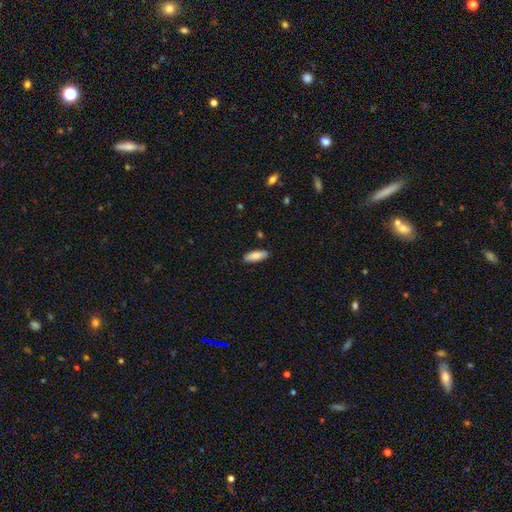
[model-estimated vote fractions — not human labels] The model was most divided on "how rounded": in between: 67%, cigar-shaped: 31%, round: 2%. More confident: merging — none (87%); smooth or featured — smooth (83%).